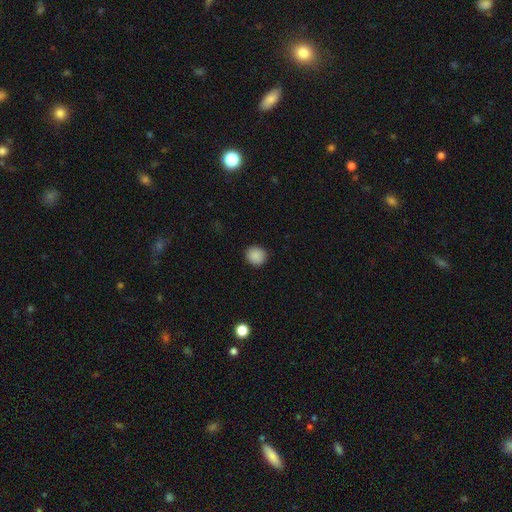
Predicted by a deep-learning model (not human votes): Overall: smooth (88%). How rounded: round (90%). Merging: none (92%).